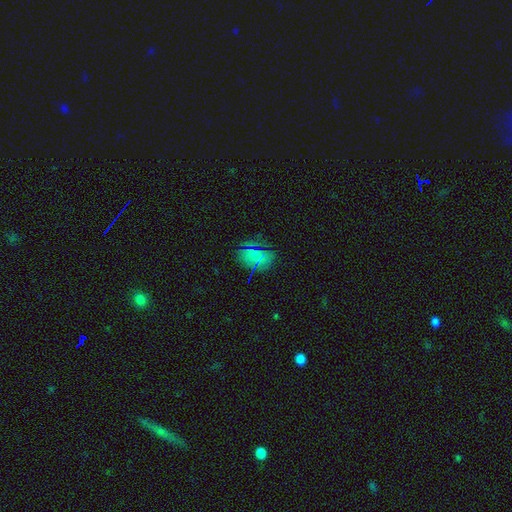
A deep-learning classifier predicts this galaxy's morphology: This appears to be a smooth galaxy with no disk features (62%) that is in between round and cigar-shaped (63%). Merging: none (77%).